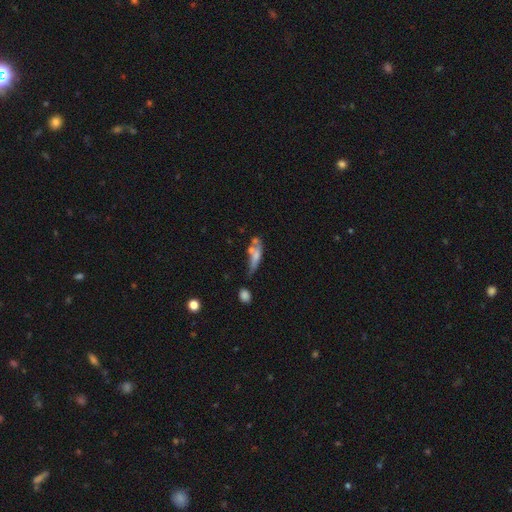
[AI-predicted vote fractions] The model was most divided on "merging": none: 33%, merger: 25%, minor disturbance: 24%, major disturbance: 18%. Remaining: smooth or featured — smooth (49%).